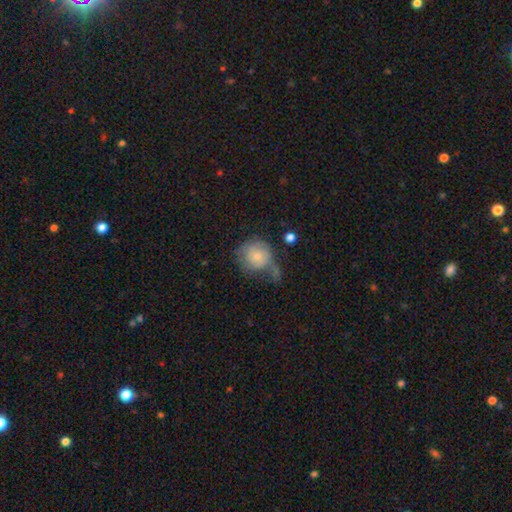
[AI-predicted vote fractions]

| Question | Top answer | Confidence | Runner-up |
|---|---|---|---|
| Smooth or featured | smooth | 58% | featured or disk (32%) |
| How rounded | round | 83% | in between (16%) |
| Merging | none | 40% | minor disturbance (26%) |